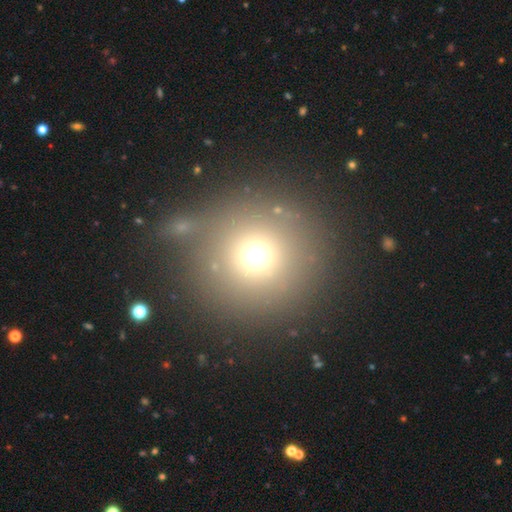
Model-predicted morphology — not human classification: type=smooth (68%); roundness=round (95%); merging=none (76%).